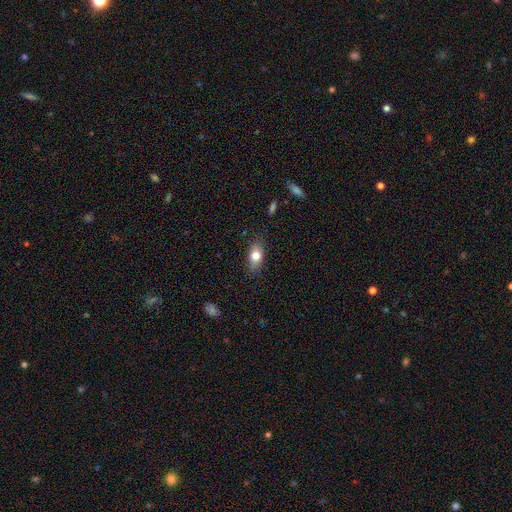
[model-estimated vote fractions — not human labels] Overall: smooth (77%). How rounded: in between (81%). Merging: none (82%).